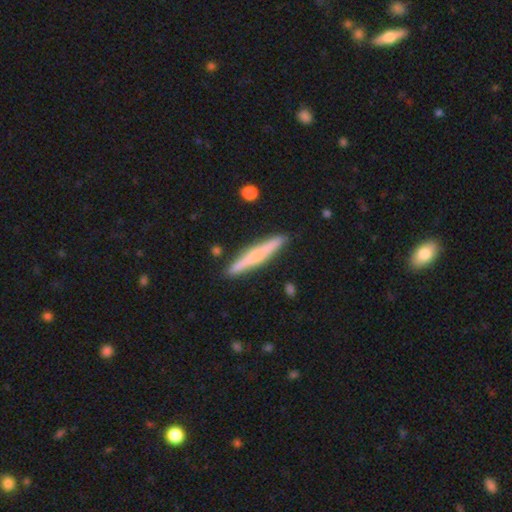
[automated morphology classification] A smooth galaxy with no disk features (50%) that is cigar-shaped (95%).

Vote fractions:
- Smooth or featured? smooth: 50% / featured or disk: 44% / star or artifact: 6%
- How rounded? cigar-shaped: 95% / in between: 4% / round: 1%
- Merging? none: 89% / minor disturbance: 8% / merger: 2% / major disturbance: 2%